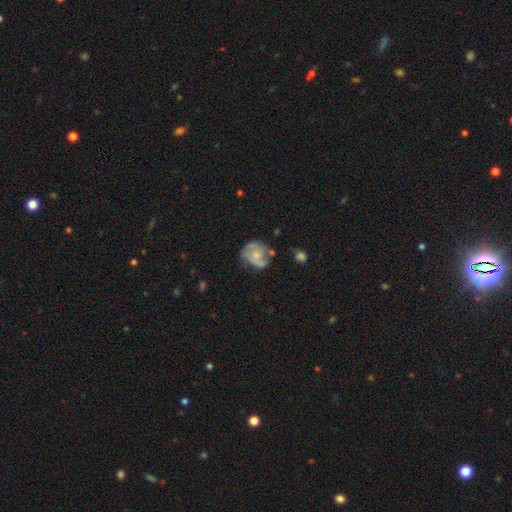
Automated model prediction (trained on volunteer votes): A featured or disk galaxy (63%) with no bar (73%), spiral arms (78%) and a small central bulge (56%). Merging: none (51%).